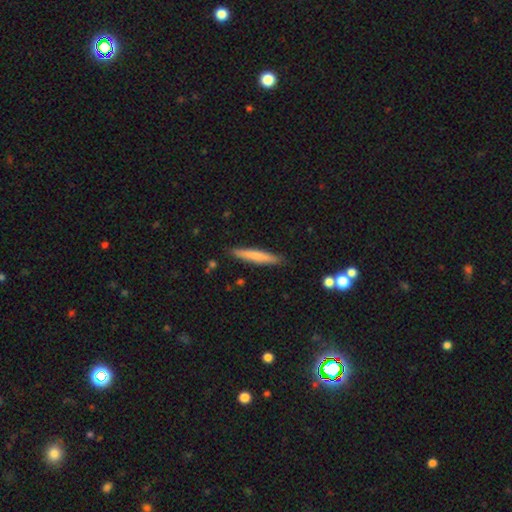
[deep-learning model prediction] Smooth or featured: smooth — 71% (featured or disk — 23%)
How rounded: cigar-shaped — 94% (in between — 5%)
Merging: none — 89% (minor disturbance — 8%)